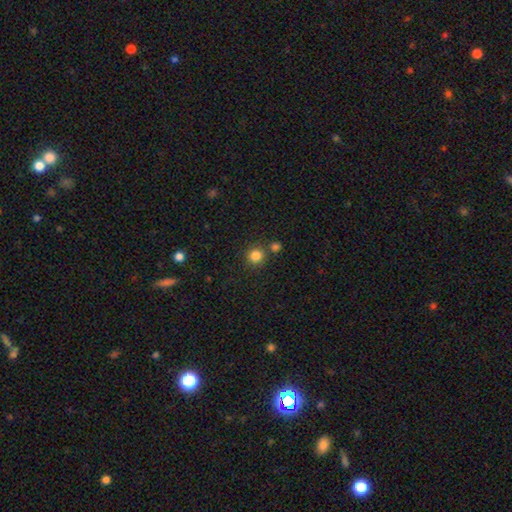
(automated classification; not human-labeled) Smooth or featured? smooth (83%)
How rounded? round (91%)
Merging? none (77%)